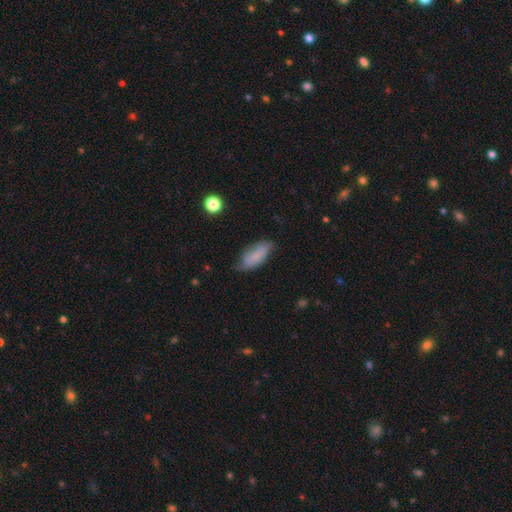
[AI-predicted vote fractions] Overall: smooth (74%). How rounded: in between (83%). Merging: none (63%; minor disturbance 29%).